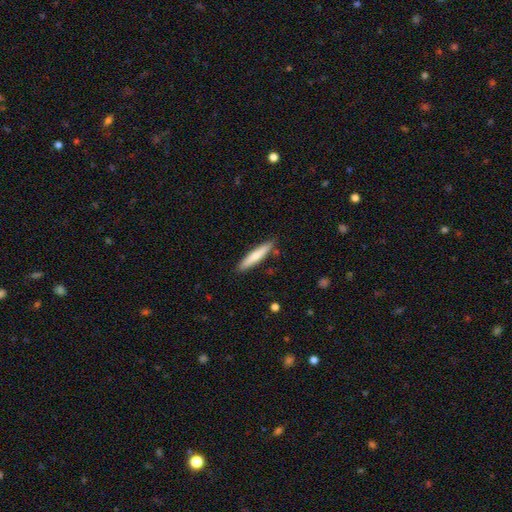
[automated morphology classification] Smooth or featured? Predicted: smooth (p=0.70). How rounded? Predicted: cigar-shaped (p=0.91). Merging? Predicted: none (p=0.88).